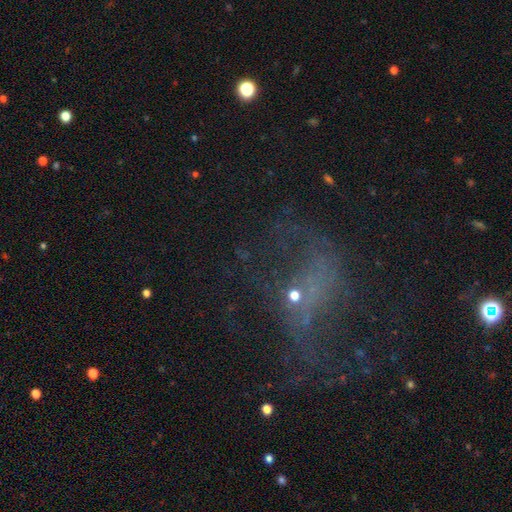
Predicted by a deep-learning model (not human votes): This appears to be a featured or disk galaxy (52%). Merging: none (41%).